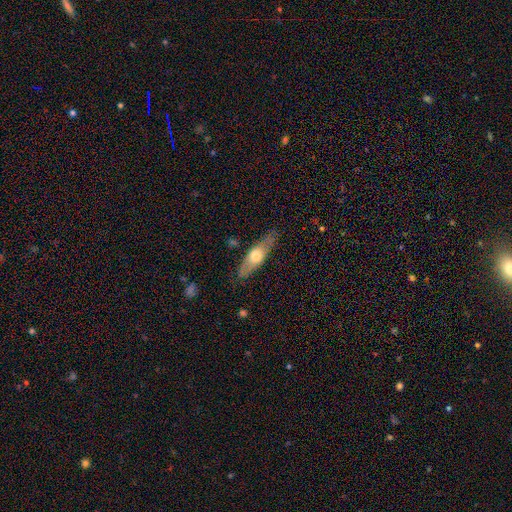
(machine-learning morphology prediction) A smooth galaxy with no disk features (51%) that is cigar-shaped (56%). Merging: none (81%).